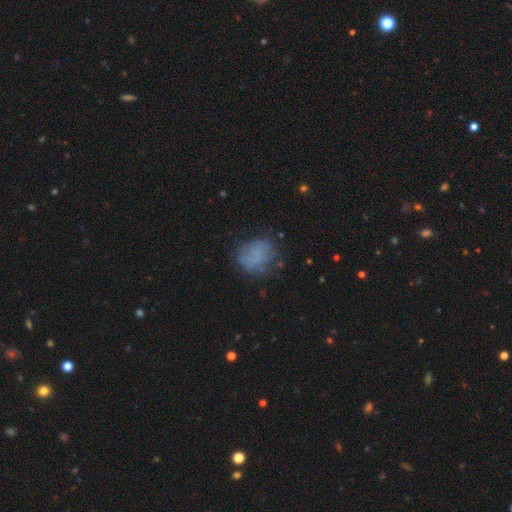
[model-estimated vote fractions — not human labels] The model was most divided on "how rounded": round: 59%, in between: 39%, cigar-shaped: 1%. More confident: merging — none (60%); smooth or featured — smooth (59%).